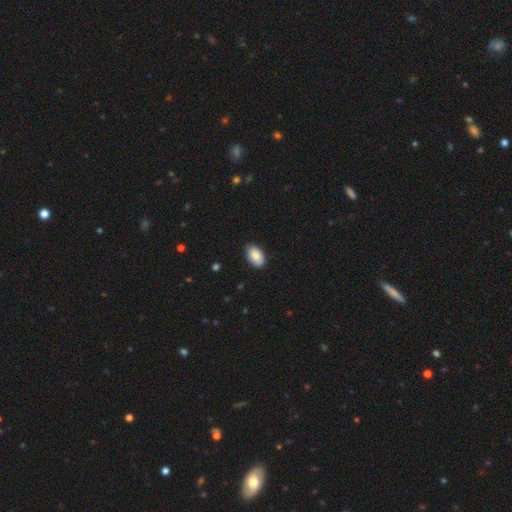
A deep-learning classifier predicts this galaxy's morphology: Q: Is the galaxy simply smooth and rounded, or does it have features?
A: smooth — 87%.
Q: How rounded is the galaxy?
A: in between — 93%.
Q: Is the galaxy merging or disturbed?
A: none — 86%.